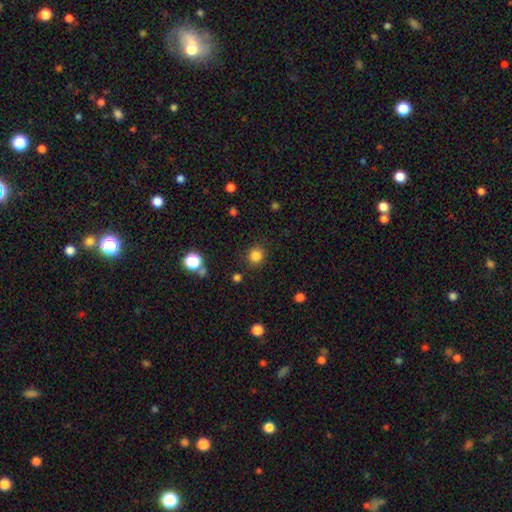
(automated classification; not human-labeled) smooth_or_featured: smooth (p=0.84) [alt: star or artifact p=0.13]
how_rounded: round (p=0.88) [alt: in between p=0.11]
merging: none (p=0.87) [alt: minor disturbance p=0.08]